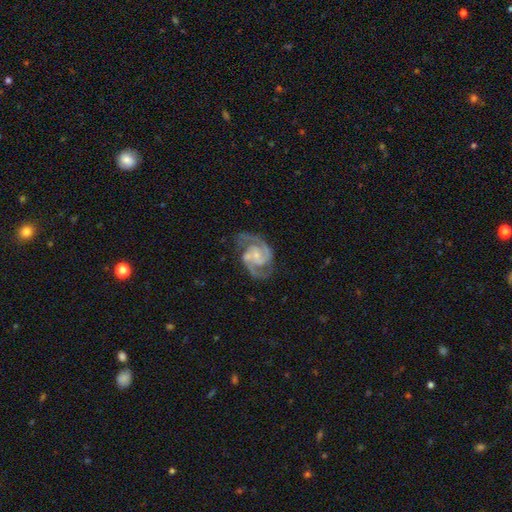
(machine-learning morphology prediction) Smooth or featured?
  - featured or disk: 92% *
  - star or artifact: 4%
  - smooth: 4%
Edge-on disk?
  - no: 98% *
  - yes: 2%
Bar?
  - no: 54% *
  - weak: 36%
  - strong: 9%
Spiral arms?
  - yes: 98% *
  - no: 2%
Spiral winding?
  - medium: 57% *
  - tight: 33%
  - loose: 10%
Spiral arm count?
  - 2: 87% *
  - 3: 6%
  - can't tell: 3%
  - 1: 2%
  - 4: 1%
  - more than 4: 1%
Bulge size?
  - small: 66% *
  - moderate: 23%
  - none: 8%
  - large: 2%
  - dominant: 1%
Merging?
  - none: 68% *
  - minor disturbance: 18%
  - major disturbance: 9%
  - merger: 5%